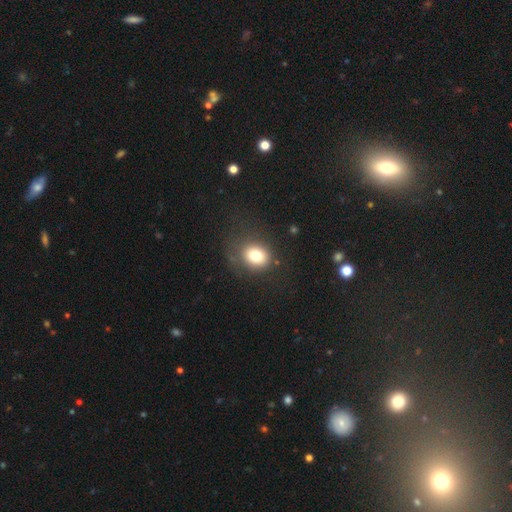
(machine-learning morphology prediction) A smooth galaxy with no disk features (78%) that is round (60%).

Vote fractions:
- Smooth or featured? smooth: 78% / star or artifact: 12% / featured or disk: 11%
- How rounded? round: 60% / in between: 39% / cigar-shaped: 1%
- Merging? none: 75% / minor disturbance: 15% / major disturbance: 8% / merger: 2%